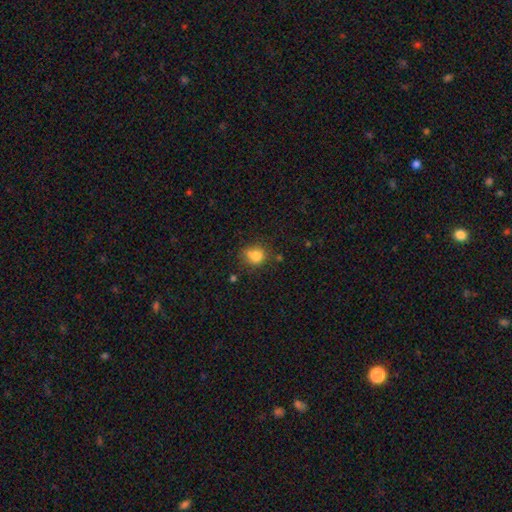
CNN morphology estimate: Q: Smooth or featured?
A: smooth (80%); runner-up: star or artifact (12%)
Q: How rounded?
A: round (73%); runner-up: in between (26%)
Q: Merging?
A: none (61%); runner-up: minor disturbance (22%)